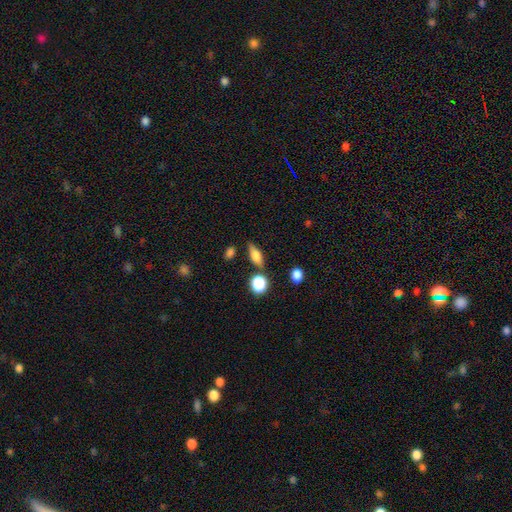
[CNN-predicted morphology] The model was most divided on "how rounded": in between: 63%, cigar-shaped: 26%, round: 11%. More confident: merging — none (75%); smooth or featured — smooth (68%).